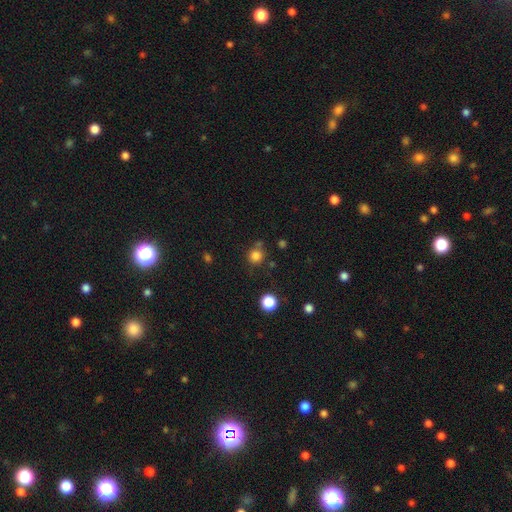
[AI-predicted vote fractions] This appears to be a smooth galaxy with no disk features (81%) that is round (92%). Merging: none (74%).